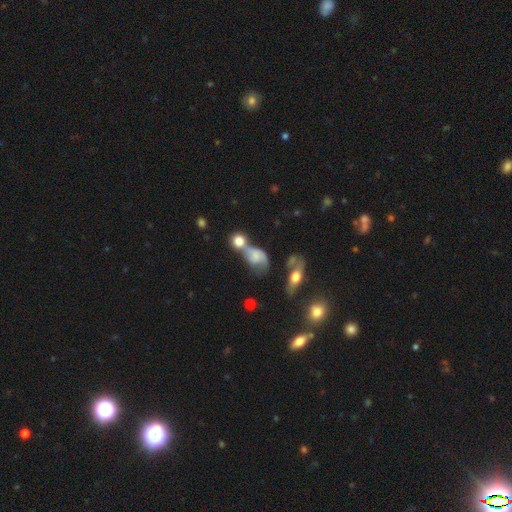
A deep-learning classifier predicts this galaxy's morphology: smooth_or_featured: smooth (p=0.46) [alt: featured or disk p=0.42]
merging: merger (p=0.50) [alt: none p=0.21]